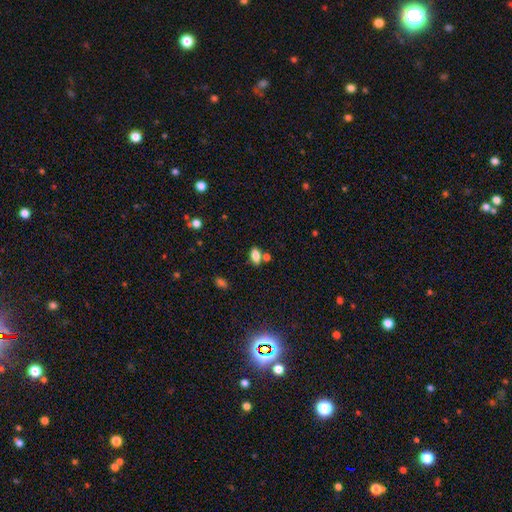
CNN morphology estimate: Smooth or featured? Predicted: smooth (p=0.81). How rounded? Predicted: in between (p=0.87). Merging? Predicted: none (p=0.65).